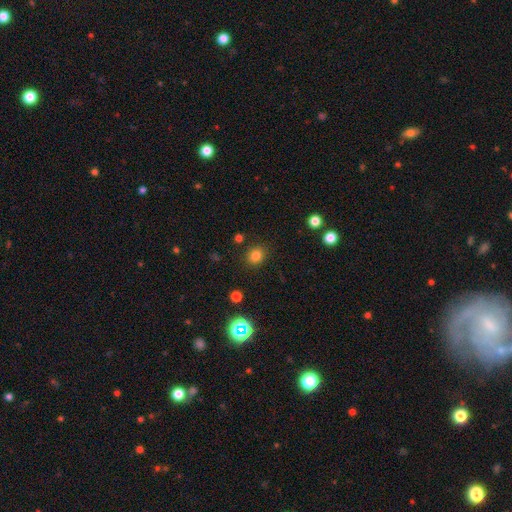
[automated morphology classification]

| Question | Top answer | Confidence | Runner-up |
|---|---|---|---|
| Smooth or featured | smooth | 80% | star or artifact (15%) |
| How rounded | round | 81% | in between (18%) |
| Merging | none | 88% | minor disturbance (8%) |